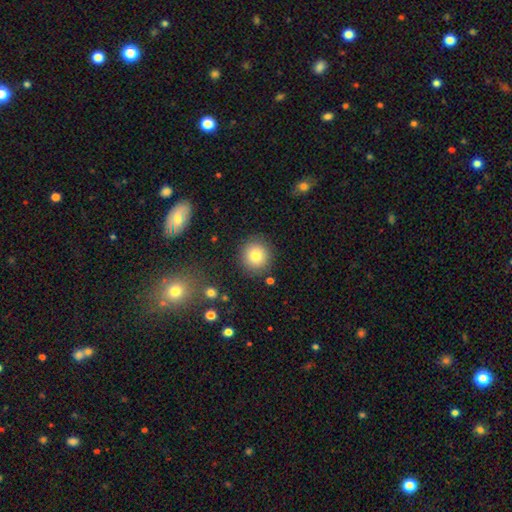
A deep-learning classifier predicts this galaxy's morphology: Overall: smooth (80%). How rounded: round (92%). Merging: none (87%).